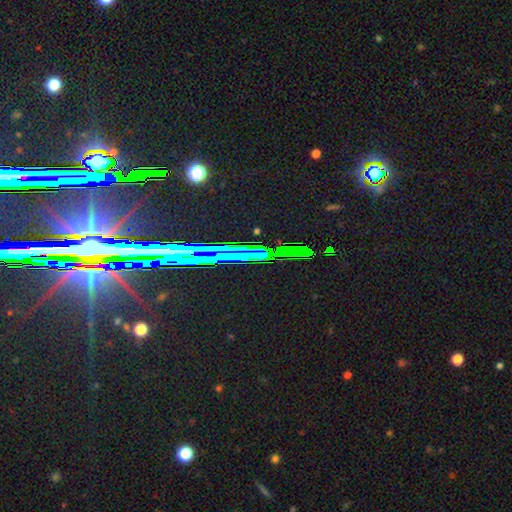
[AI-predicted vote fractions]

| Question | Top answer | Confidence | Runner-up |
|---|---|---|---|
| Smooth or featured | star or artifact | 72% | smooth (14%) |